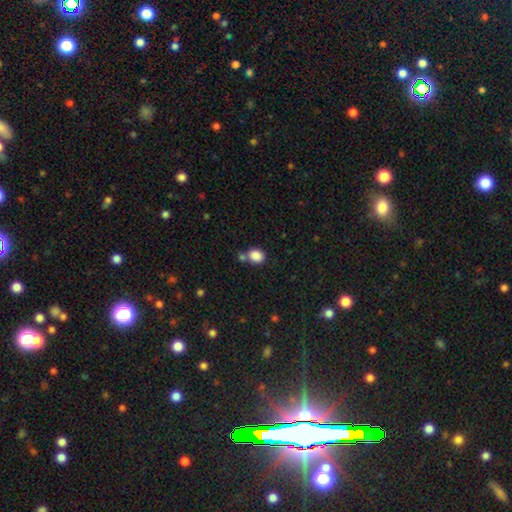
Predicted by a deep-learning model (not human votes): Overall: smooth (87%). How rounded: round (53%; in between 46%). Merging: none (59%; merger 24%).